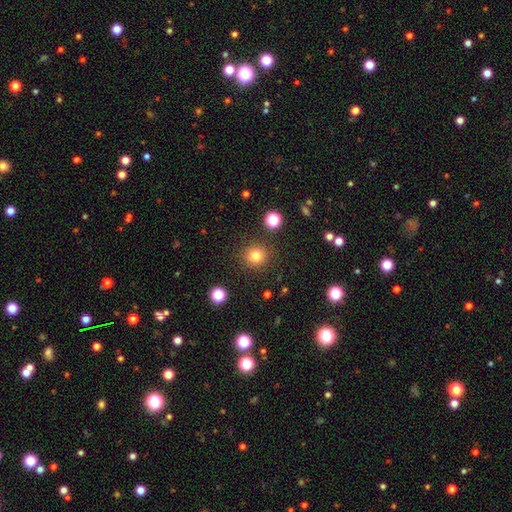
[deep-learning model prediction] smooth-or-featured: smooth: 80% | star or artifact: 14% | featured or disk: 6%
  how-rounded: round: 93% | in between: 6% | cigar-shaped: 1%
  merging: none: 89% | minor disturbance: 6% | major disturbance: 2% | merger: 2%